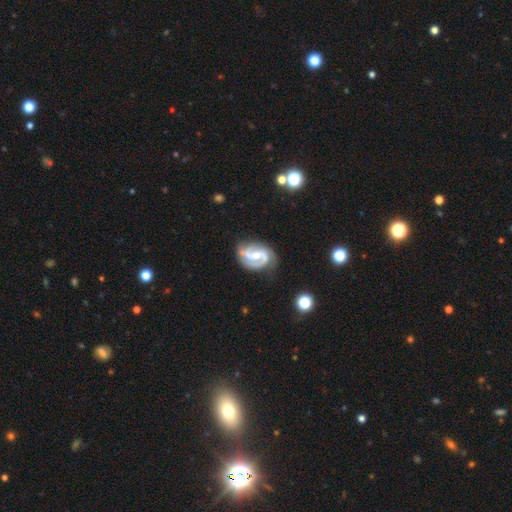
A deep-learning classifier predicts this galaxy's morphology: Smooth or featured? featured or disk (90%)
Edge-on disk? no (98%)
Bar? weak (44%)
Spiral arms? yes (97%)
Spiral winding? medium (53%)
Spiral arm count? 2 (84%)
Bulge size? moderate (49%)
Merging? none (69%)